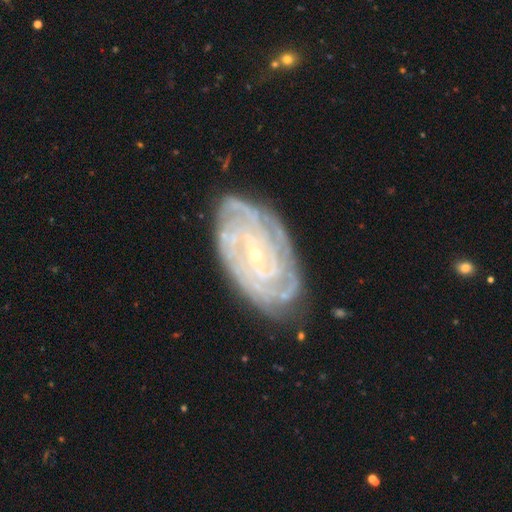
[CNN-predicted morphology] This is clearly a featured or disk galaxy (89%). It is clearly not viewed edge-on (96%). Bar: possibly no (49%). Spiral arm pattern: clearly yes (98%). Spiral arm count: marginally can't tell (26%). Spiral winding: clearly tight (82%). Central bulge: clearly small (82%). Merging: likely none (79%).